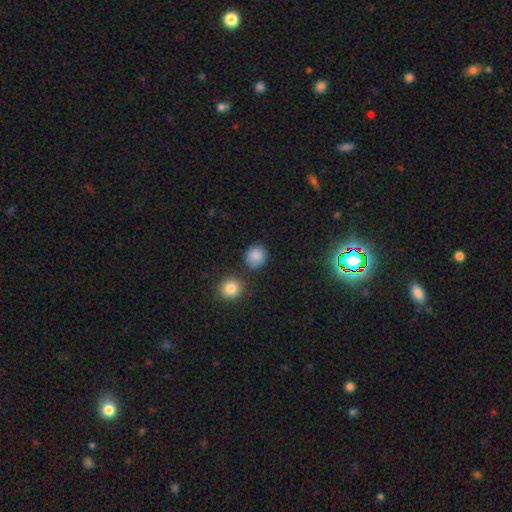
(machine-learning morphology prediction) smooth_or_featured: smooth (p=0.87) [alt: star or artifact p=0.09]
how_rounded: round (p=0.86) [alt: in between p=0.13]
merging: none (p=0.82) [alt: minor disturbance p=0.10]